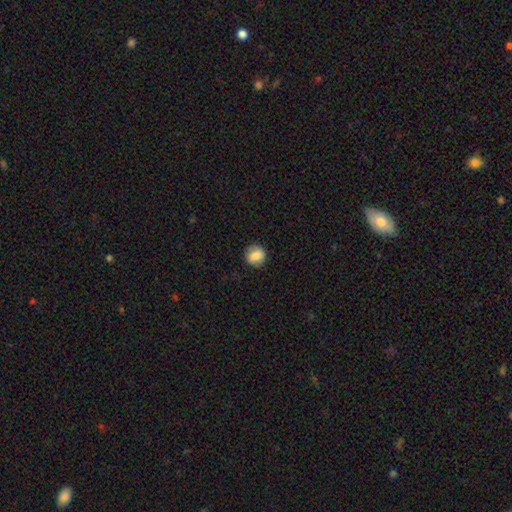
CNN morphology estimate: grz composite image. It shows a smooth galaxy with no disk features (78%) that is round (82%). Merging: none (84%).